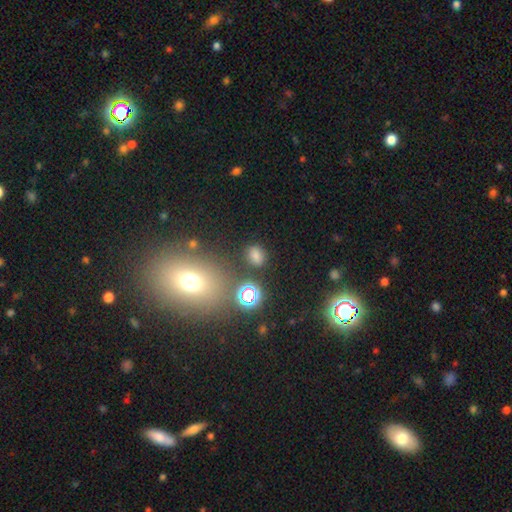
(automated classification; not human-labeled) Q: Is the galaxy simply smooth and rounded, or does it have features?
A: smooth — 71%.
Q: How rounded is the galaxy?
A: in between — 56%.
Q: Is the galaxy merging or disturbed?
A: none — 79%.